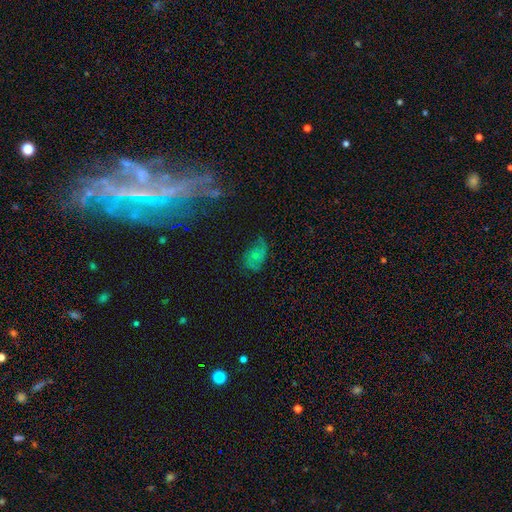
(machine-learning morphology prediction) Smooth or featured? featured or disk (42%)
Merging? none (55%)